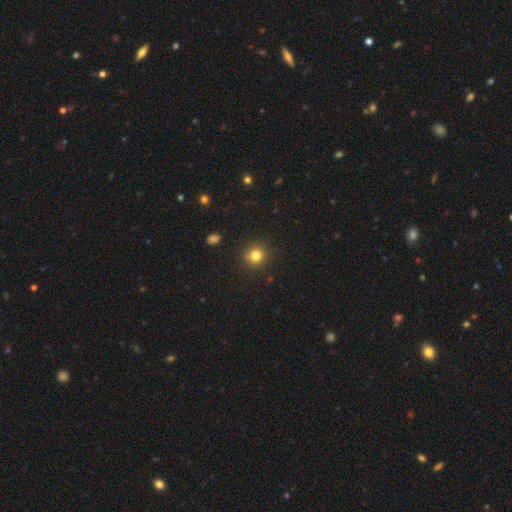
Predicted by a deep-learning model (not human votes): Overall: smooth (82%). How rounded: round (90%). Merging: none (90%).